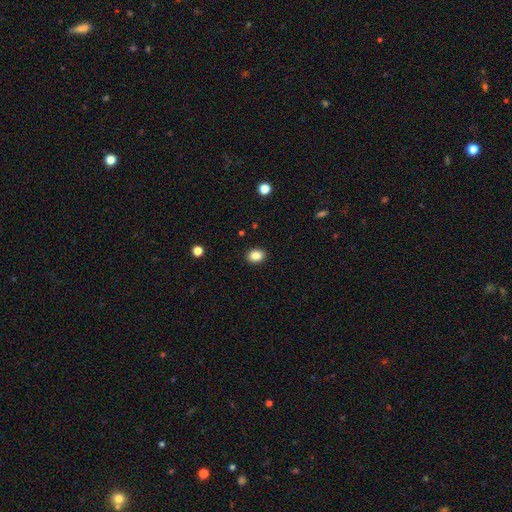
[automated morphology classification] Q: Smooth or featured?
A: smooth (85%); runner-up: star or artifact (10%)
Q: How rounded?
A: in between (58%); runner-up: round (41%)
Q: Merging?
A: none (91%); runner-up: minor disturbance (7%)